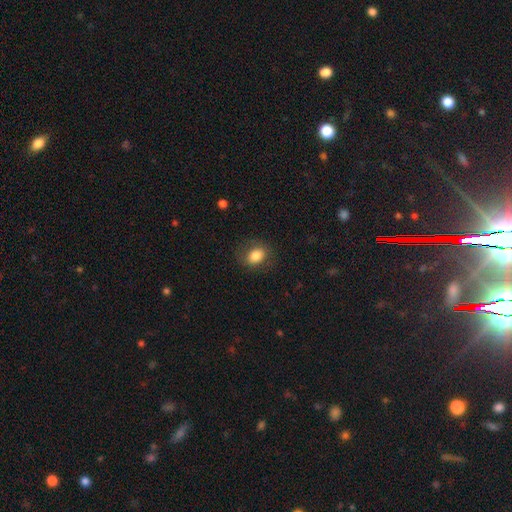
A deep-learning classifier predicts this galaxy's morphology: Smooth or featured? smooth (83%)
How rounded? in between (55%)
Merging? none (78%)